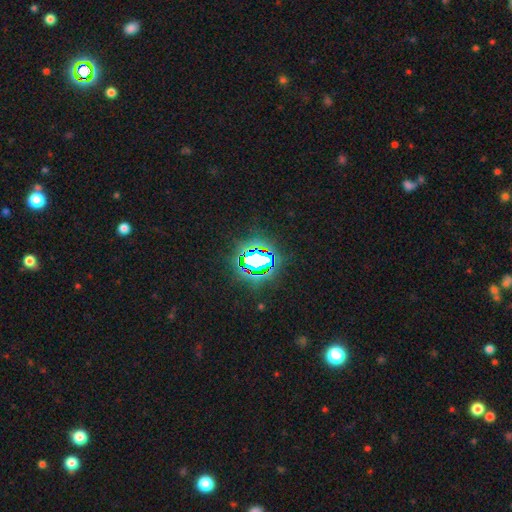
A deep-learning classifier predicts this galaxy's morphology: Smooth or featured? star or artifact (73%)